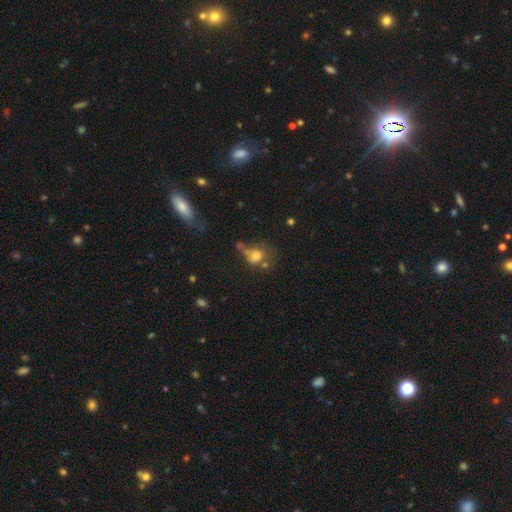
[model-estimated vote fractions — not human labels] Overall: smooth (68%). How rounded: round (66%; in between 32%). Merging: none (32%; major disturbance 26%).